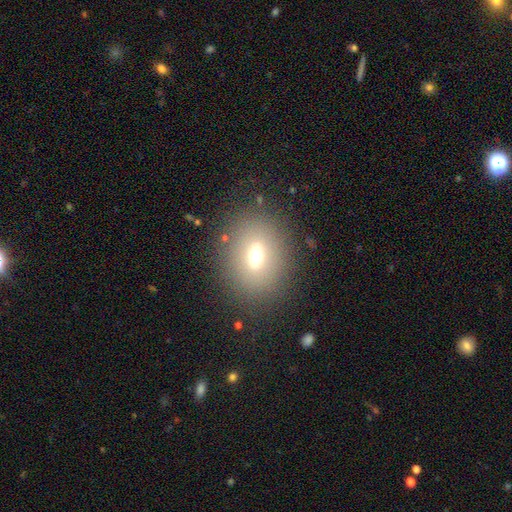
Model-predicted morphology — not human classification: This is likely a smooth galaxy (64%). How rounded: possibly in between (51%). Merging: clearly none (83%).